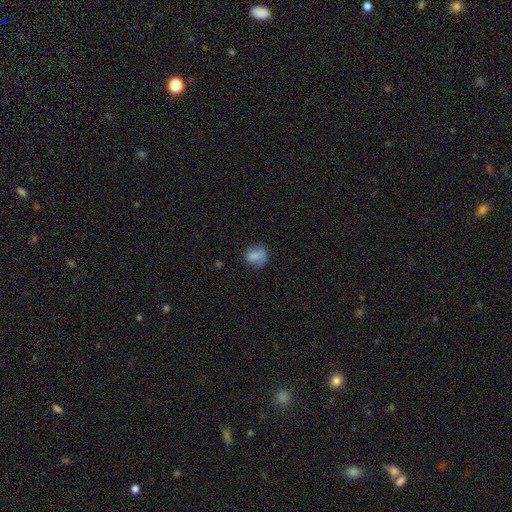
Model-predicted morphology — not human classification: smooth 78%, featured or disk 13%, star or artifact 9%. Down the decision tree: how rounded — round (66%); merging — none (66%).